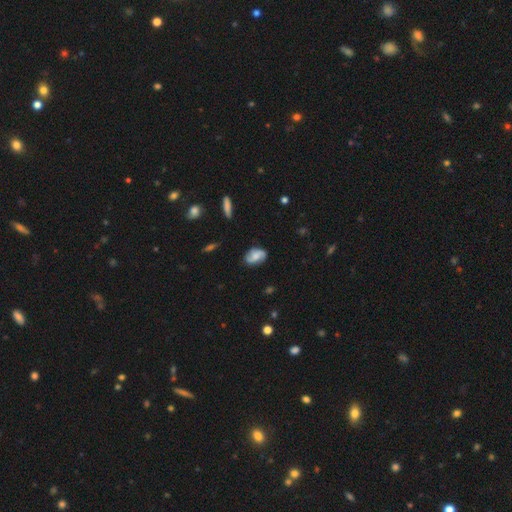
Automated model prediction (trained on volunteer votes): A featured or disk galaxy (52%). Merging: none (78%).